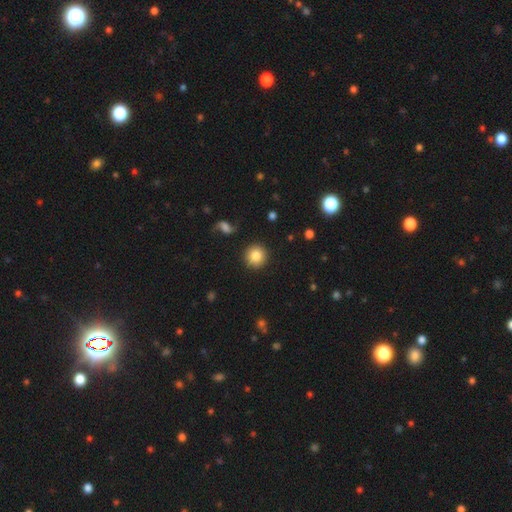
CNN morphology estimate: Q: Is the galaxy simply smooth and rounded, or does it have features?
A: smooth — 85%.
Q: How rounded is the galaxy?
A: round — 93%.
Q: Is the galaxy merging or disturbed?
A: none — 90%.